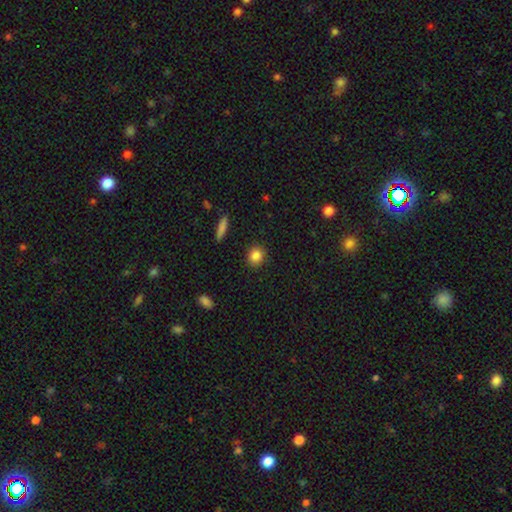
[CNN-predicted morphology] The model was most divided on "how rounded": round: 78%, in between: 20%, cigar-shaped: 2%. More confident: merging — none (90%); smooth or featured — smooth (85%).